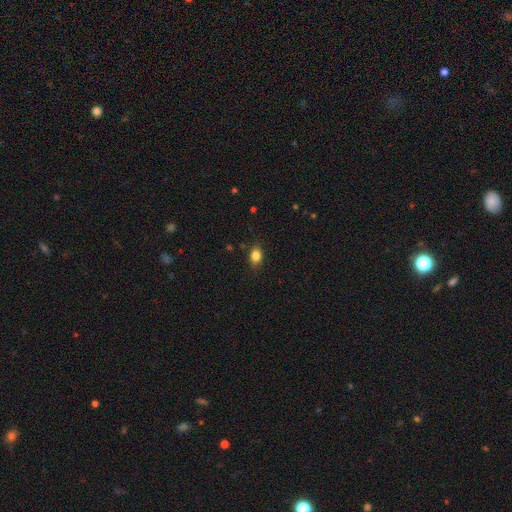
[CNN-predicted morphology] smooth-or-featured: smooth: 83% | star or artifact: 10% | featured or disk: 7%
  how-rounded: in between: 75% | round: 22% | cigar-shaped: 2%
  merging: none: 84% | minor disturbance: 12% | major disturbance: 3% | merger: 1%